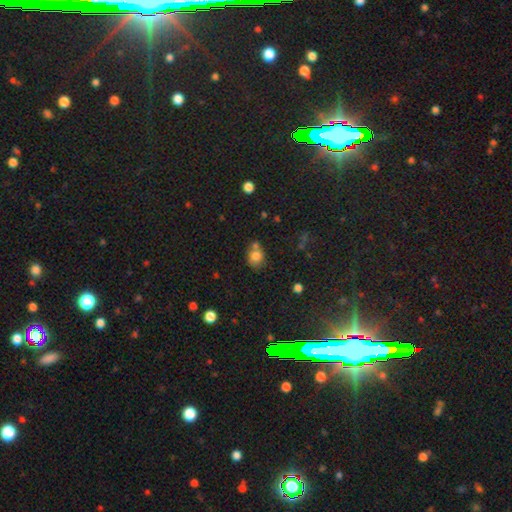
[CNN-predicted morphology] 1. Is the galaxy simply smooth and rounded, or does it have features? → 79% smooth, 12% star or artifact, 9% featured or disk.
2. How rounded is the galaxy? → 69% round, 30% in between, 1% cigar-shaped.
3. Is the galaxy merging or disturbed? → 52% none, 30% merger, 14% minor disturbance, 4% major disturbance.